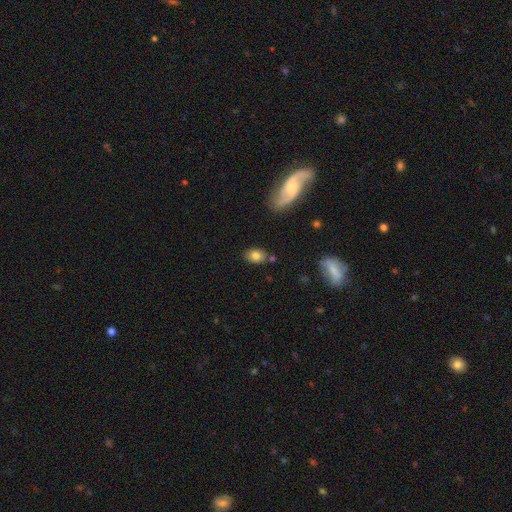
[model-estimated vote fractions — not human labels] Smooth or featured? smooth (78%)
How rounded? in between (78%)
Merging? none (77%)